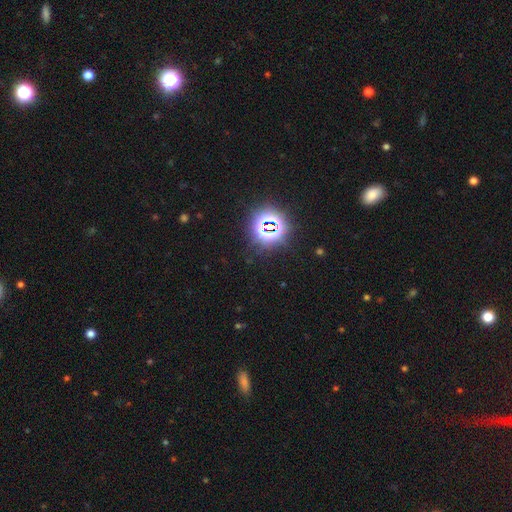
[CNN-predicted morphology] Q: Smooth or featured?
A: star or artifact (80%); runner-up: smooth (13%)